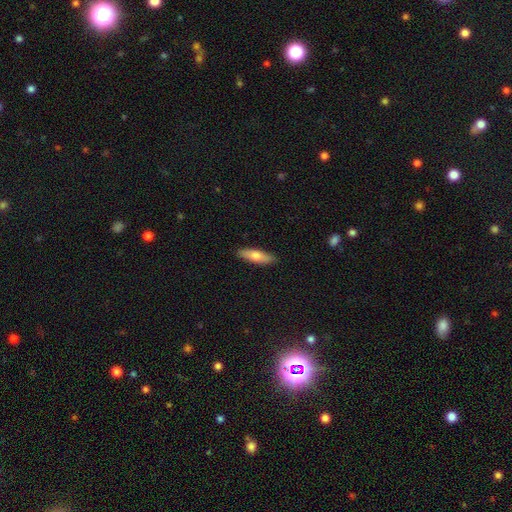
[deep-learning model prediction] smooth_or_featured: smooth (p=0.71) [alt: featured or disk p=0.23]
how_rounded: cigar-shaped (p=0.53) [alt: in between p=0.45]
merging: none (p=0.89) [alt: minor disturbance p=0.08]